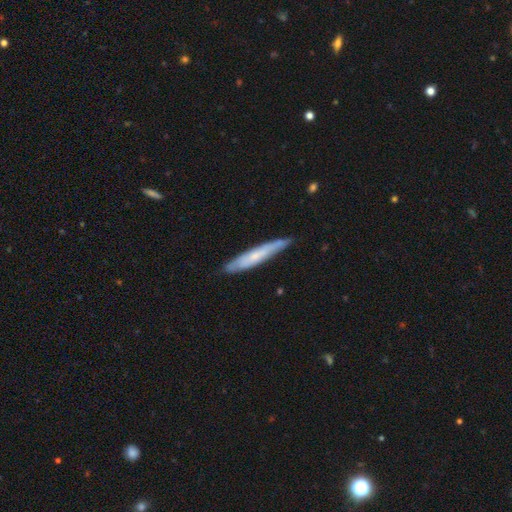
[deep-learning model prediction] smooth-or-featured: smooth: 49% | featured or disk: 45% | star or artifact: 6%
  merging: none: 82% | minor disturbance: 15% | major disturbance: 2% | merger: 1%